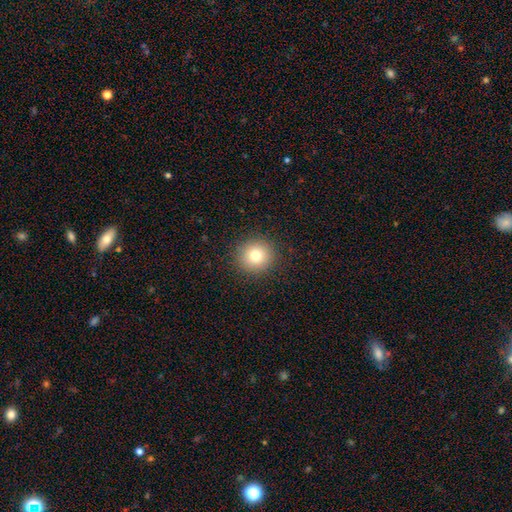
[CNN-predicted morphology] A smooth galaxy with no disk features (77%) that is round (93%). Merging: none (91%).